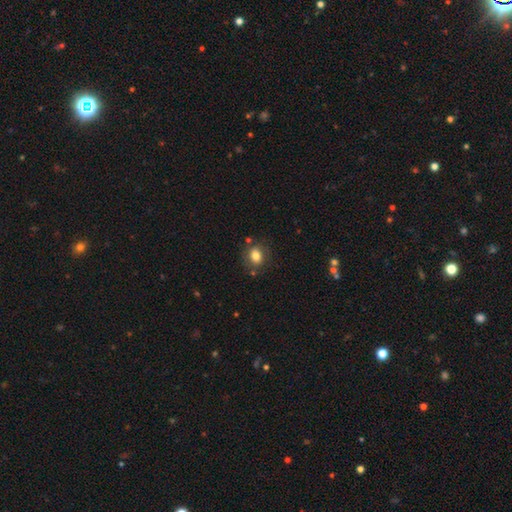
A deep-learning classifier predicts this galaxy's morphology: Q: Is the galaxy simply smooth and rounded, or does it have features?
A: smooth — 80%.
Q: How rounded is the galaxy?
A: in between — 52%.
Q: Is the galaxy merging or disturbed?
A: none — 76%.